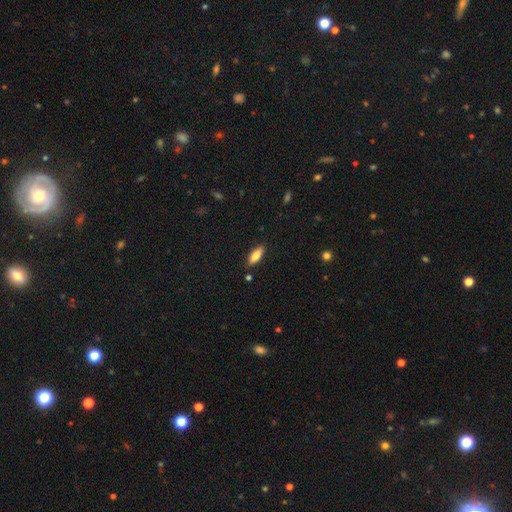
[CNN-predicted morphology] Smooth or featured? Predicted: smooth (p=0.81). How rounded? Predicted: in between (p=0.70). Merging? Predicted: none (p=0.86).